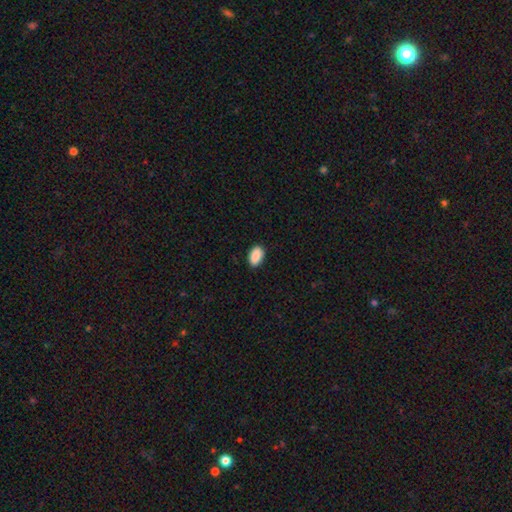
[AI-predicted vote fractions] A smooth galaxy with no disk features (90%) that is in between round and cigar-shaped (93%). Merging: none (88%).